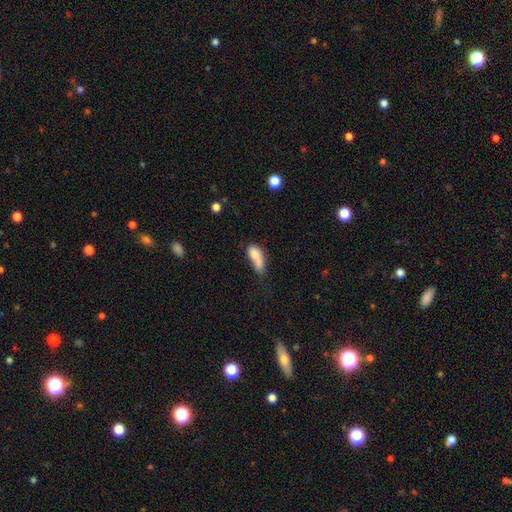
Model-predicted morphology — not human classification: Smooth or featured? Predicted: smooth (p=0.75). How rounded? Predicted: in between (p=0.76). Merging? Predicted: merger (p=0.33).